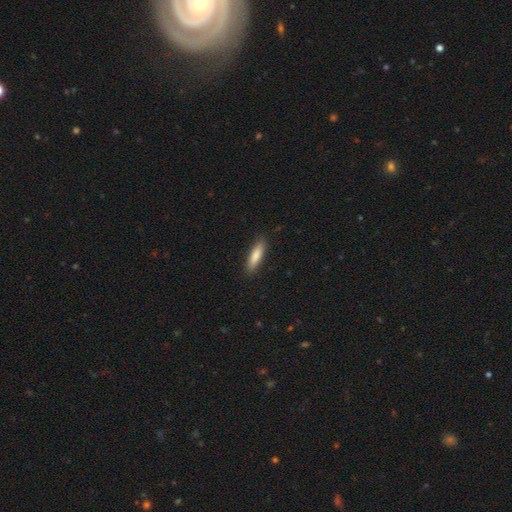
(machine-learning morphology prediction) A smooth galaxy with no disk features (81%) that is cigar-shaped (70%).

Vote fractions:
- Smooth or featured? smooth: 81% / featured or disk: 14% / star or artifact: 6%
- How rounded? cigar-shaped: 70% / in between: 29% / round: 2%
- Merging? none: 88% / minor disturbance: 9% / major disturbance: 2% / merger: 1%